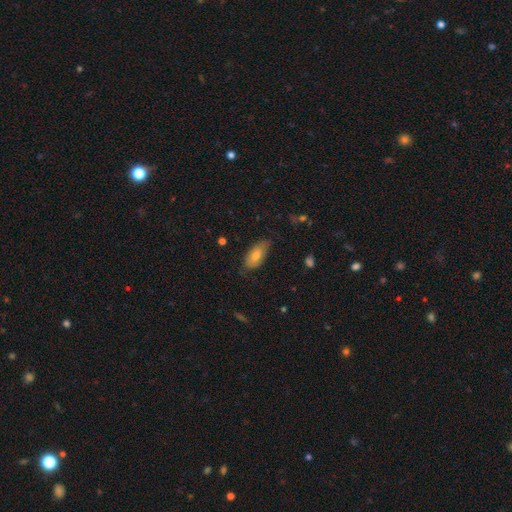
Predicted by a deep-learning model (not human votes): Smooth or featured? Predicted: smooth (p=0.73). How rounded? Predicted: in between (p=0.89). Merging? Predicted: none (p=0.69).